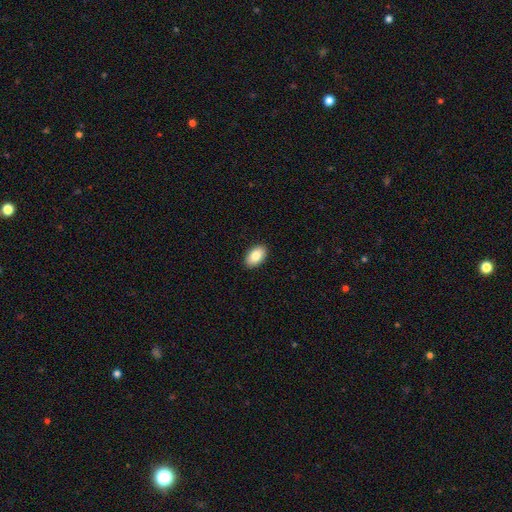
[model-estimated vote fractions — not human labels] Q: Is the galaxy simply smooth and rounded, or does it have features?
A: smooth — 86%.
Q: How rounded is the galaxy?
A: in between — 94%.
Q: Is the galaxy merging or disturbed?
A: none — 91%.